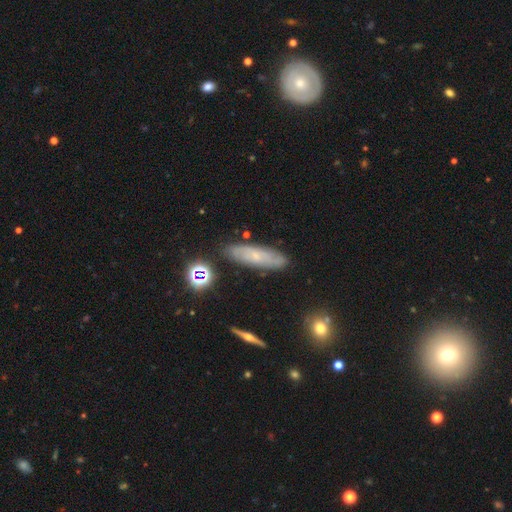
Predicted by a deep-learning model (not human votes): smooth_or_featured: featured or disk (p=0.48) [alt: smooth p=0.41]
merging: none (p=0.81) [alt: minor disturbance p=0.14]